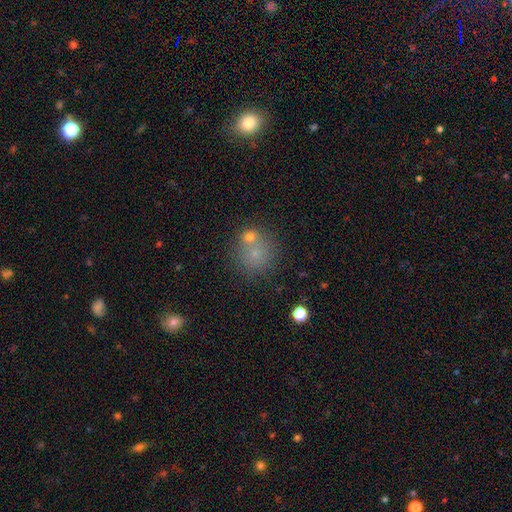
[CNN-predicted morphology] smooth-or-featured: smooth: 68% | star or artifact: 16% | featured or disk: 16%
  how-rounded: round: 87% | in between: 12% | cigar-shaped: 1%
  merging: none: 52% | merger: 33% | minor disturbance: 10% | major disturbance: 5%